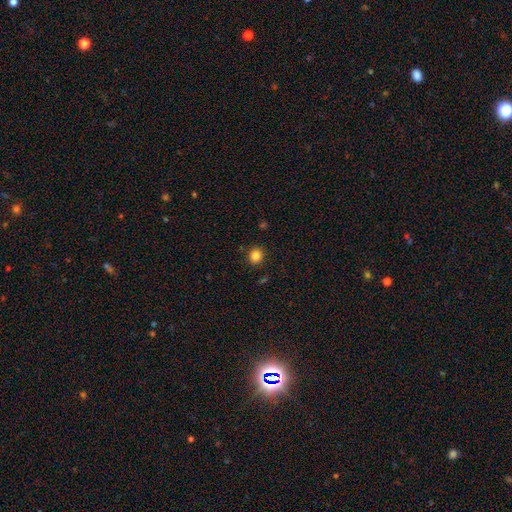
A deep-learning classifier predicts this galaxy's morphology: smooth-or-featured: smooth: 84% | star or artifact: 12% | featured or disk: 4%
  how-rounded: round: 89% | in between: 10% | cigar-shaped: 1%
  merging: none: 90% | minor disturbance: 7% | major disturbance: 2% | merger: 2%